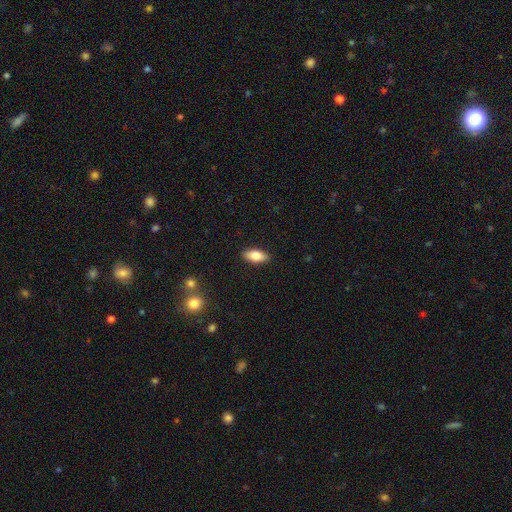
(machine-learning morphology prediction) smooth_or_featured: smooth (p=0.79) [alt: featured or disk p=0.15]
how_rounded: in between (p=0.85) [alt: cigar-shaped p=0.12]
merging: none (p=0.90) [alt: minor disturbance p=0.07]